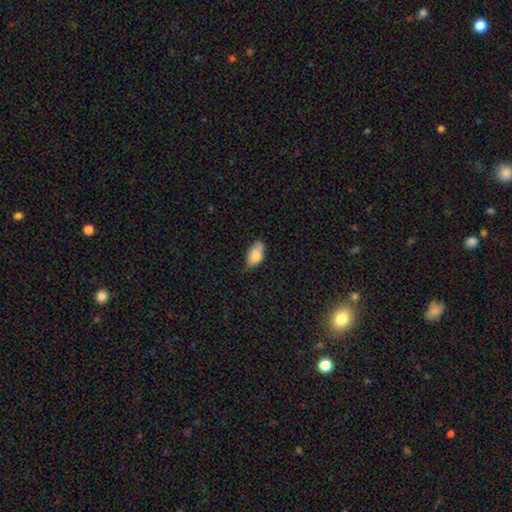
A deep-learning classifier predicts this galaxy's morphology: A smooth galaxy with no disk features (74%) that is in between round and cigar-shaped (92%). Merging: none (53%).